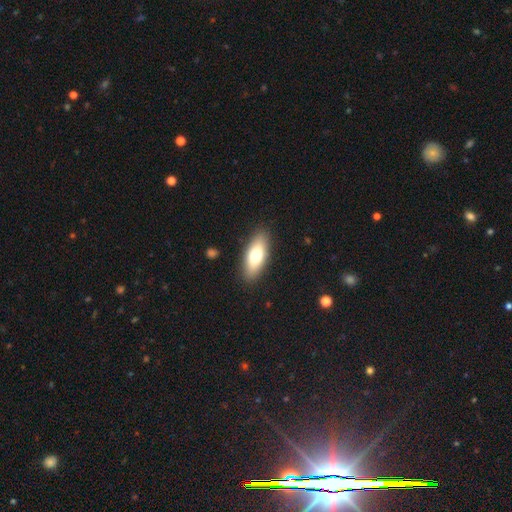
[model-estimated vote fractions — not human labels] Smooth or featured: smooth — 74% (featured or disk — 20%)
How rounded: in between — 77% (cigar-shaped — 21%)
Merging: none — 88% (minor disturbance — 9%)